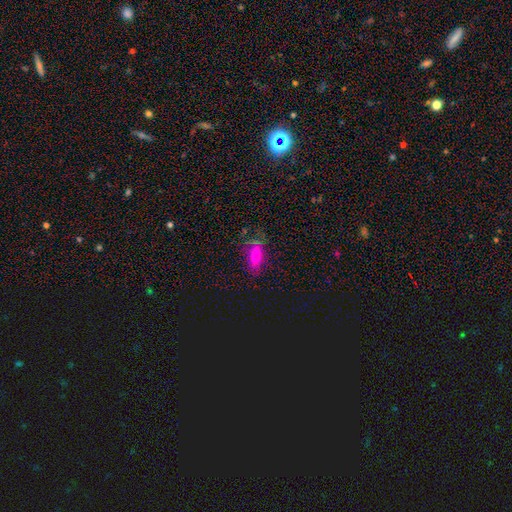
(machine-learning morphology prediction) Overall: smooth (63%; featured or disk 24%). How rounded: in between (67%; cigar-shaped 29%). Merging: none (61%; minor disturbance 23%).